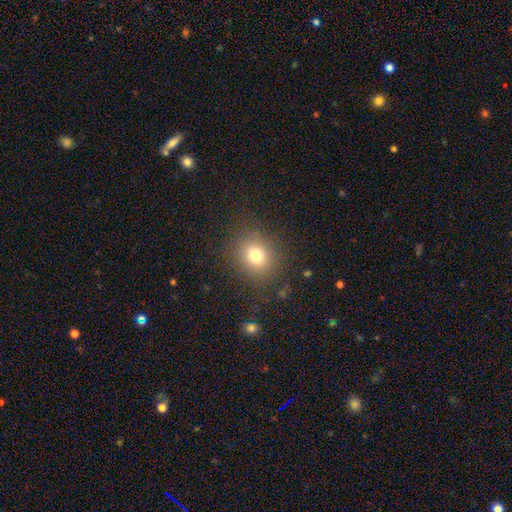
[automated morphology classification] A smooth galaxy with no disk features (76%) that is round (75%).

Vote fractions:
- Smooth or featured? smooth: 76% / star or artifact: 14% / featured or disk: 10%
- How rounded? round: 75% / in between: 25% / cigar-shaped: 1%
- Merging? none: 85% / minor disturbance: 9% / major disturbance: 5% / merger: 1%